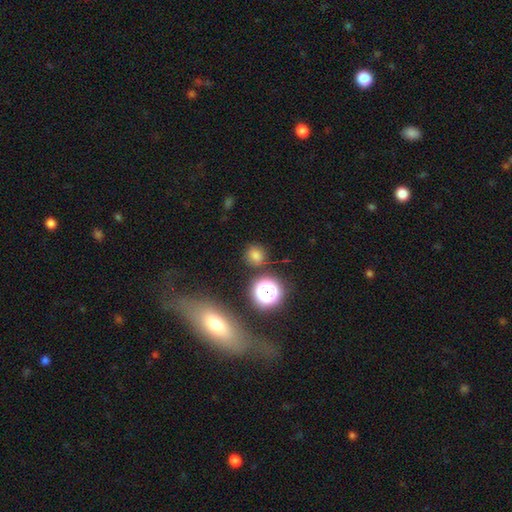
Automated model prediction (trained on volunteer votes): Morphology: type=smooth (71%); roundness=round (87%); merging=none (83%).